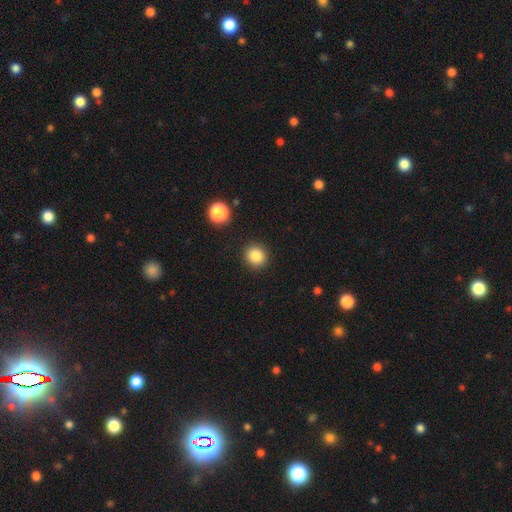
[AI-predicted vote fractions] Overall: smooth (85%). How rounded: round (89%). Merging: none (90%).